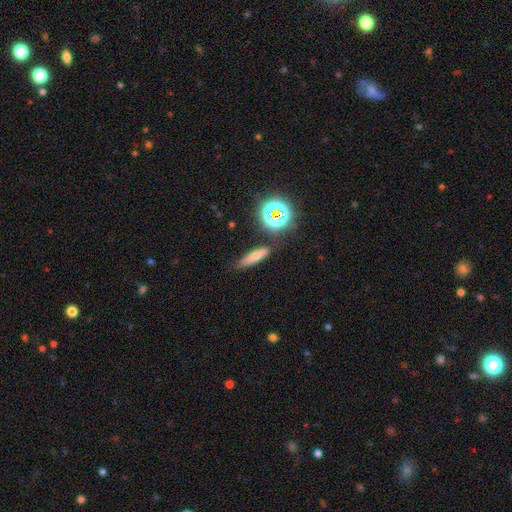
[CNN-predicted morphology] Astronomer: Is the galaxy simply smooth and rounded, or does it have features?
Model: smooth — 67%.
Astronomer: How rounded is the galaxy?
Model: cigar-shaped — 71%.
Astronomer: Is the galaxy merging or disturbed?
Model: none — 80%.